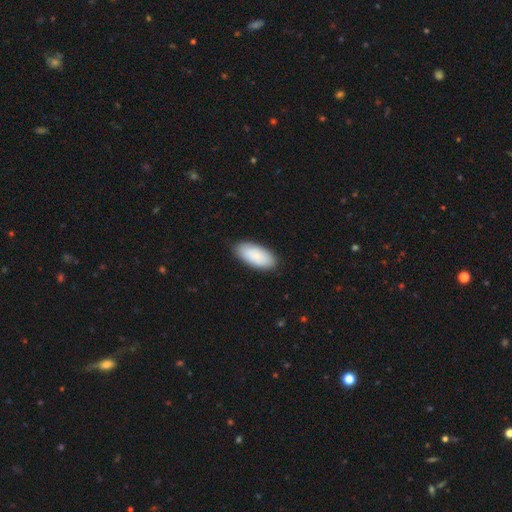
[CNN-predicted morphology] Smooth or featured?
  - smooth: 86% *
  - featured or disk: 9%
  - star or artifact: 5%
How rounded?
  - in between: 92% *
  - cigar-shaped: 6%
  - round: 2%
Merging?
  - none: 87% *
  - minor disturbance: 10%
  - major disturbance: 2%
  - merger: 1%